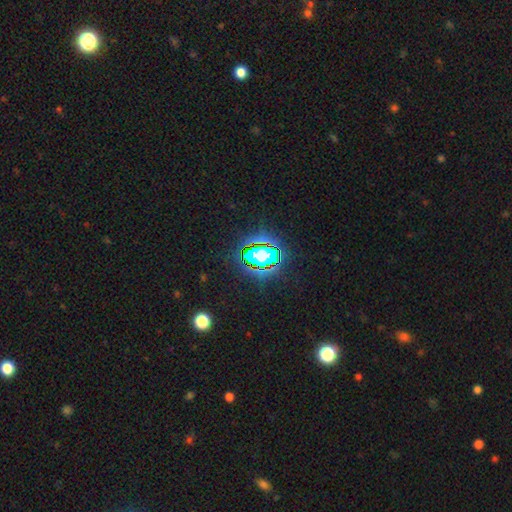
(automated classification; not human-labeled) This is clearly a star or artifact rather than a galaxy (81%).